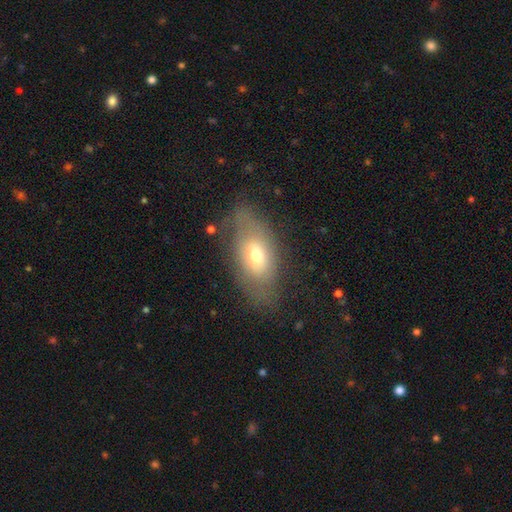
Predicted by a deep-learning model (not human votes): Smooth or featured: smooth — 57% (featured or disk — 33%)
How rounded: in between — 87% (round — 7%)
Merging: none — 67% (minor disturbance — 21%)